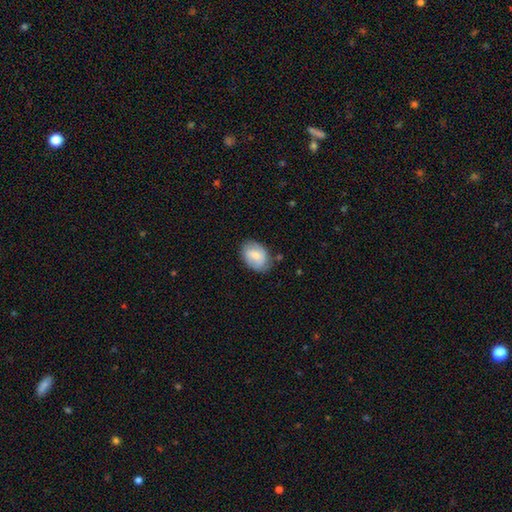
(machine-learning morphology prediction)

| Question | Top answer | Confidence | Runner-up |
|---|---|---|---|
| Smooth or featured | smooth | 72% | featured or disk (21%) |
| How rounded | in between | 81% | round (17%) |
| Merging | none | 73% | minor disturbance (20%) |